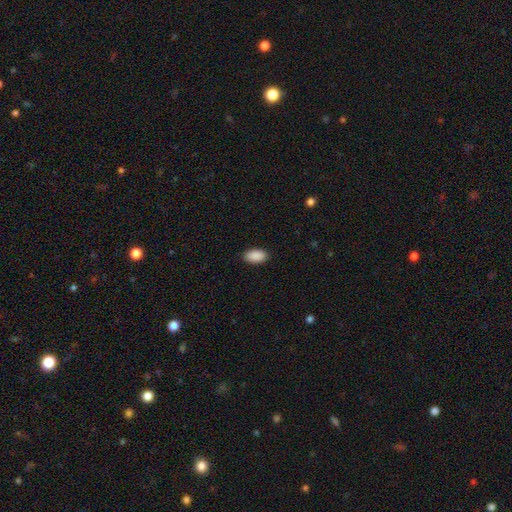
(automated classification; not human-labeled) smooth_or_featured: smooth (p=0.91) [alt: star or artifact p=0.07]
how_rounded: in between (p=0.95) [alt: round p=0.04]
merging: none (p=0.89) [alt: minor disturbance p=0.08]